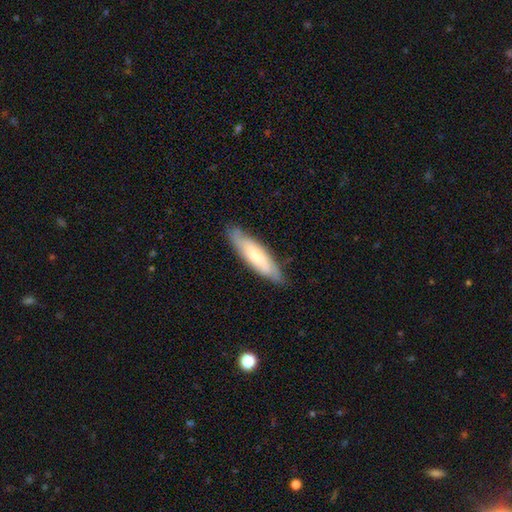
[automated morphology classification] Overall: smooth (51%; featured or disk 43%). How rounded: cigar-shaped (68%; in between 31%). Merging: none (81%).